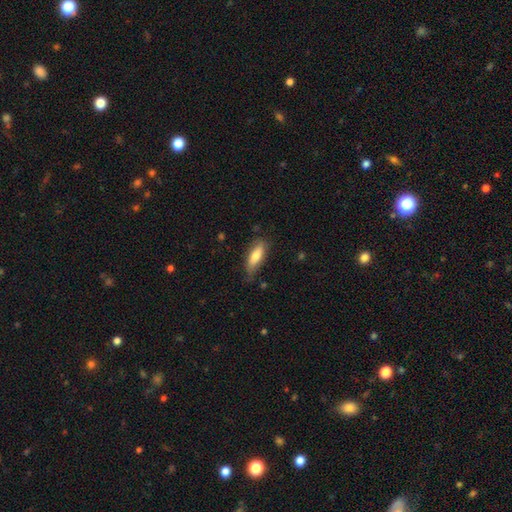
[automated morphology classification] Smooth or featured? Predicted: smooth (p=0.74). How rounded? Predicted: in between (p=0.58). Merging? Predicted: none (p=0.67).